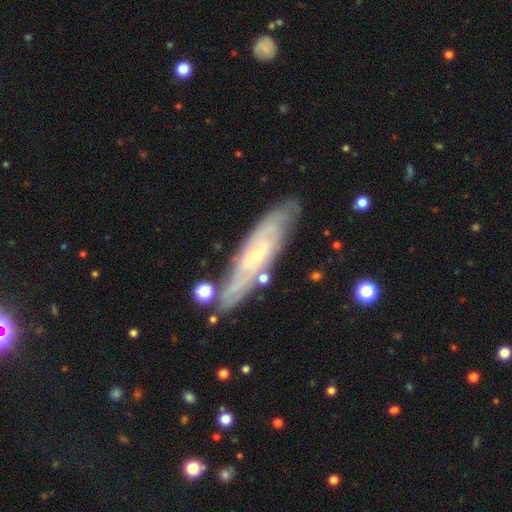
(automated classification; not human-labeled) smooth-or-featured: featured or disk: 74% | smooth: 20% | star or artifact: 6%
  disk-edge-on: no: 68% | yes: 32%
    bar: no: 62% | weak: 30% | strong: 8%
    has-spiral-arms: yes: 88% | no: 12%
    bulge-size: small: 79% | moderate: 14% | none: 6% | large: 1% | dominant: 1%
  merging: none: 76% | minor disturbance: 16% | merger: 4% | major disturbance: 4%